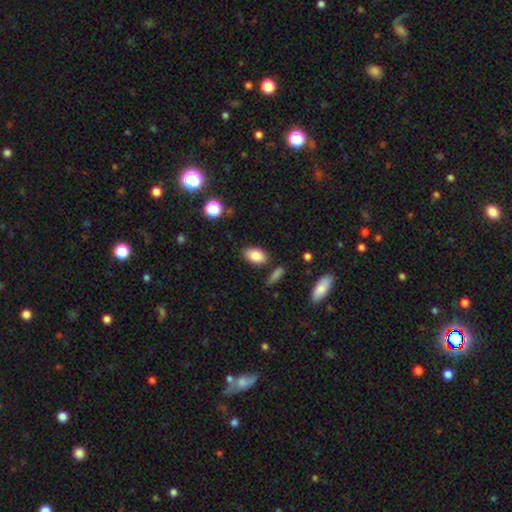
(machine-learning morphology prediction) Smooth or featured: smooth — 85% (featured or disk — 8%)
How rounded: in between — 91% (round — 7%)
Merging: none — 80% (minor disturbance — 12%)